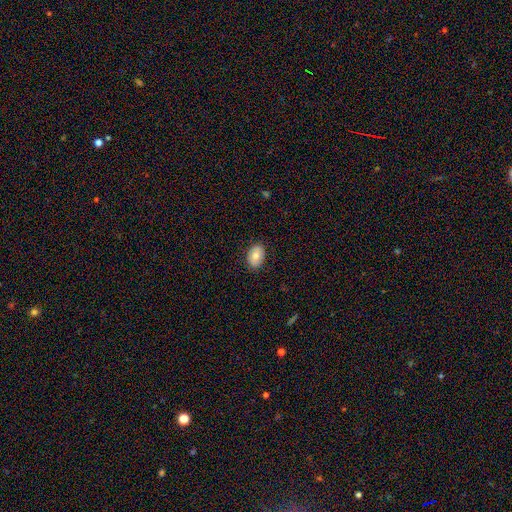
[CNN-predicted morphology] A smooth galaxy with no disk features (74%) that is in between round and cigar-shaped (81%). Merging: none (87%).